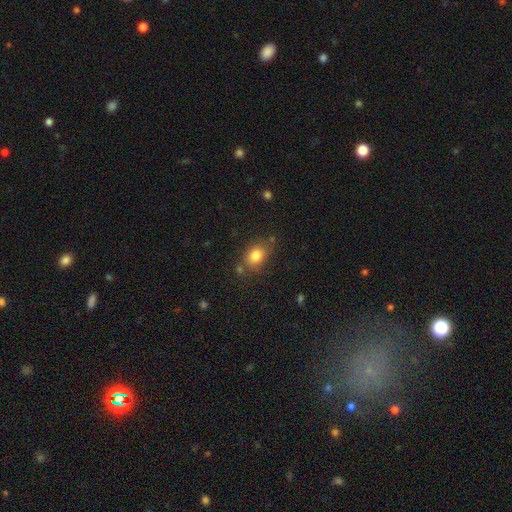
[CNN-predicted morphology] The model was most divided on "how rounded": in between: 65%, round: 34%, cigar-shaped: 1%. More confident: smooth or featured — smooth (82%); merging — none (71%).